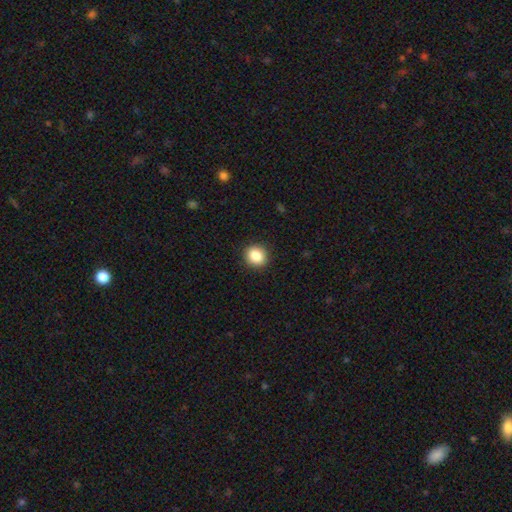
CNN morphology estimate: Smooth or featured? smooth (86%)
How rounded? round (83%)
Merging? none (91%)